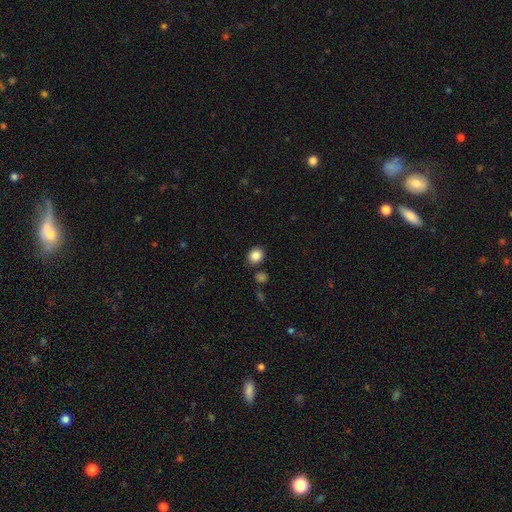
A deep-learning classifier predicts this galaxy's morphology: A smooth galaxy with no disk features (85%) that is round (68%). Merging: none (86%).